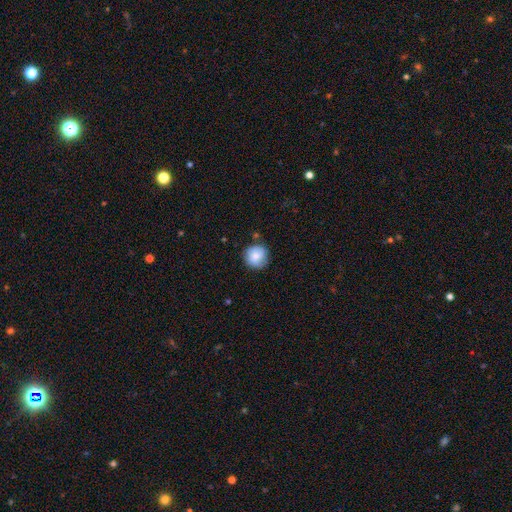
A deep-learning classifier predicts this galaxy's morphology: Overall: smooth (78%). How rounded: round (93%). Merging: none (80%).